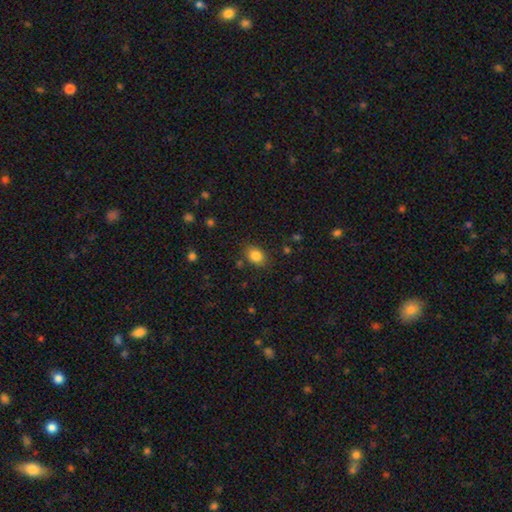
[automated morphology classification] A smooth galaxy with no disk features (85%) that is in between round and cigar-shaped (68%). Merging: none (83%).